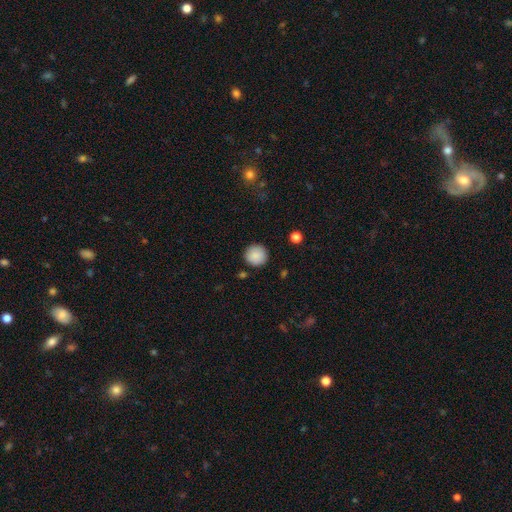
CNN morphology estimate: smooth 88%, star or artifact 8%, featured or disk 4%. Down the decision tree: how rounded — round (95%); merging — none (90%).